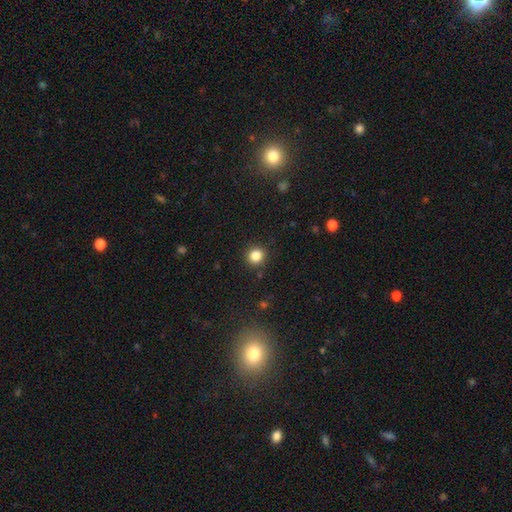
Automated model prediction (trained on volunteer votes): smooth-or-featured: smooth: 84% | star or artifact: 12% | featured or disk: 4%
  how-rounded: round: 89% | in between: 10% | cigar-shaped: 1%
  merging: none: 90% | minor disturbance: 6% | major disturbance: 2% | merger: 1%